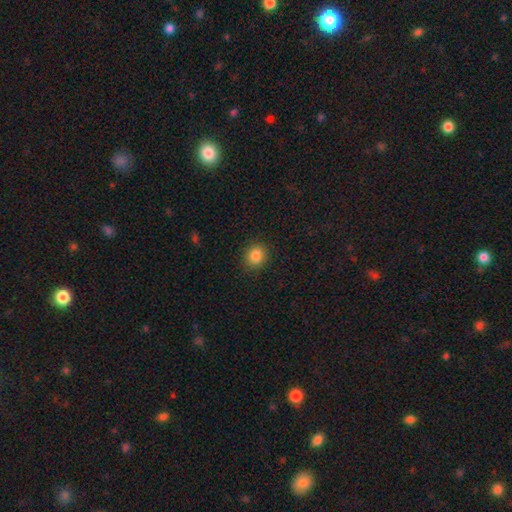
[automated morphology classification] This is clearly a smooth galaxy (85%). How rounded: likely round (72%). Merging: clearly none (89%).